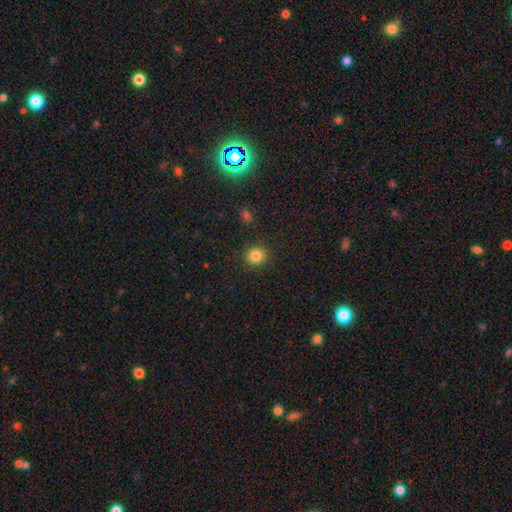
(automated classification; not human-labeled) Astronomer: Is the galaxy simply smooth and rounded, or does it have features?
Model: smooth — 84%.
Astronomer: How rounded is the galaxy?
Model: round — 87%.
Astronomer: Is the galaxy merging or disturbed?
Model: none — 90%.